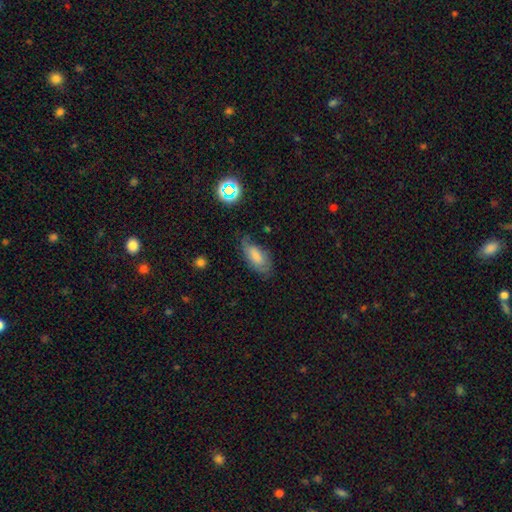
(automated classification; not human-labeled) This appears to be a smooth galaxy with no disk features (61%) that is in between round and cigar-shaped (86%). Merging: none (62%).